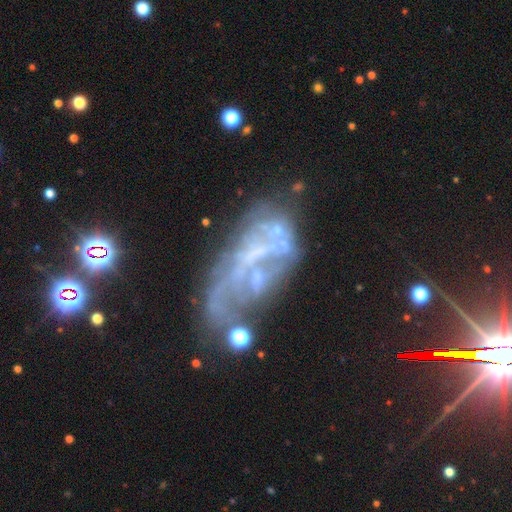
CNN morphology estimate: smooth-or-featured: featured or disk: 63% | star or artifact: 20% | smooth: 16%
  disk-edge-on: no: 93% | yes: 7%
    bar: no: 71% | weak: 20% | strong: 10%
    has-spiral-arms: no: 63% | yes: 37%
    bulge-size: none: 63% | small: 26% | moderate: 8% | large: 2% | dominant: 1%
  merging: none: 33% | major disturbance: 32% | minor disturbance: 22% | merger: 13%